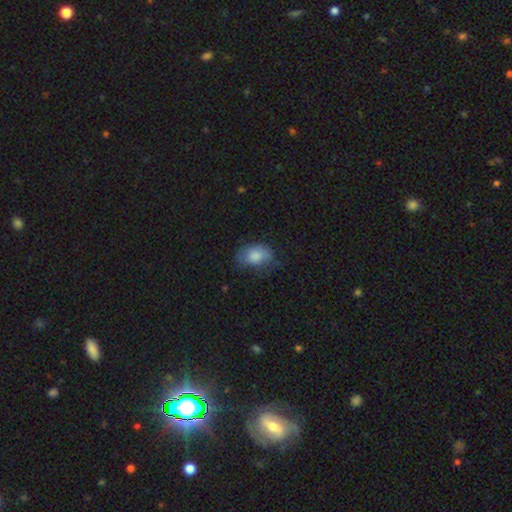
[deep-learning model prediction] Overall: smooth (79%). How rounded: in between (82%). Merging: none (52%; minor disturbance 31%).